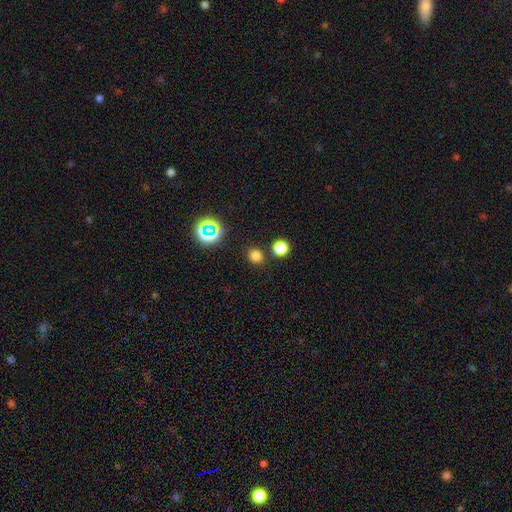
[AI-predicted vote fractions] Smooth or featured? smooth (76%)
How rounded? round (83%)
Merging? none (84%)